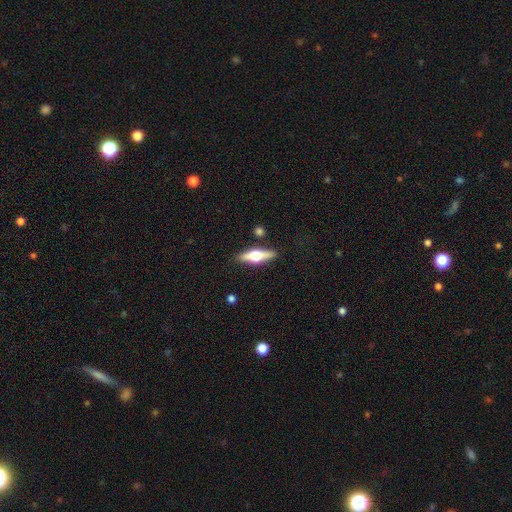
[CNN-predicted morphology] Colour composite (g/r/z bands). It shows a featured or disk galaxy (58%) viewed edge-on (94%) with a rounded central bulge (95%). Merging: none (85%).